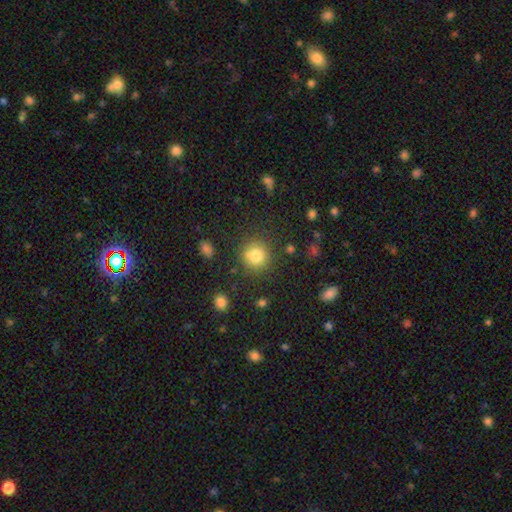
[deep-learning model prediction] Smooth or featured?
  - smooth: 81% *
  - star or artifact: 12%
  - featured or disk: 7%
How rounded?
  - round: 91% *
  - in between: 8%
  - cigar-shaped: 1%
Merging?
  - none: 82% *
  - minor disturbance: 10%
  - merger: 4%
  - major disturbance: 4%